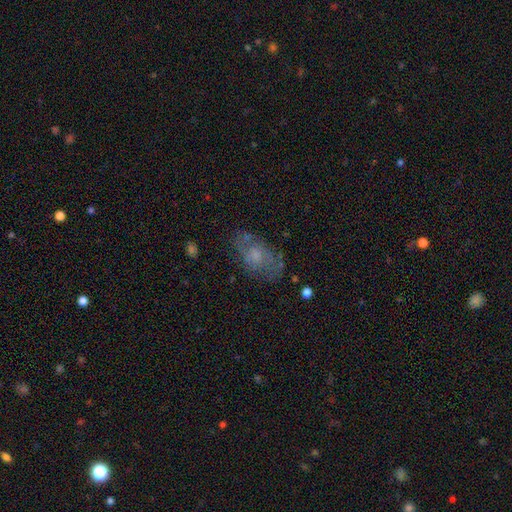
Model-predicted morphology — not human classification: smooth 46%, featured or disk 43%, star or artifact 11%. Down the decision tree: merging — none (61%).